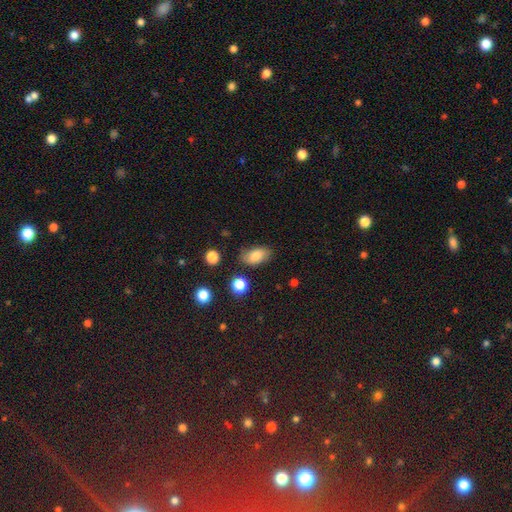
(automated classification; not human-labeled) A smooth galaxy with no disk features (83%) that is in between round and cigar-shaped (90%).

Vote fractions:
- Smooth or featured? smooth: 83% / star or artifact: 9% / featured or disk: 9%
- How rounded? in between: 90% / round: 7% / cigar-shaped: 3%
- Merging? none: 77% / minor disturbance: 16% / major disturbance: 4% / merger: 3%